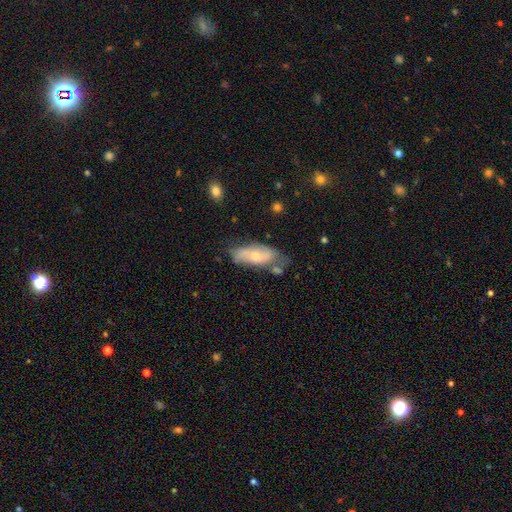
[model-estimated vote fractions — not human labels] A featured or disk galaxy (47%).

Vote fractions:
- Smooth or featured? featured or disk: 47% / smooth: 46% / star or artifact: 7%
- Merging? none: 53% / minor disturbance: 28% / merger: 11% / major disturbance: 9%